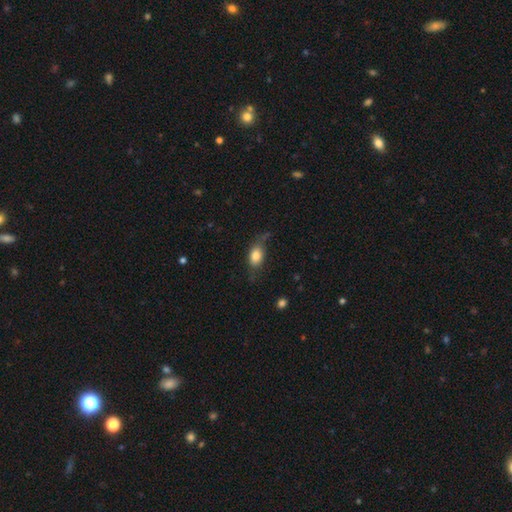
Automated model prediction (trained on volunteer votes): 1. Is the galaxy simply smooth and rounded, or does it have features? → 80% smooth, 12% featured or disk, 8% star or artifact.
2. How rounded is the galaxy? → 83% in between, 13% round, 4% cigar-shaped.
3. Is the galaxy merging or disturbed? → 62% none, 25% minor disturbance, 10% major disturbance, 3% merger.